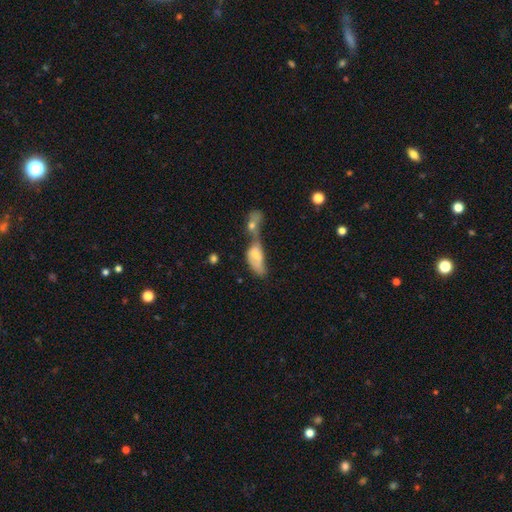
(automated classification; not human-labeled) smooth 61%, featured or disk 31%, star or artifact 8%. Down the decision tree: how rounded — in between (83%); merging — merger (73%).